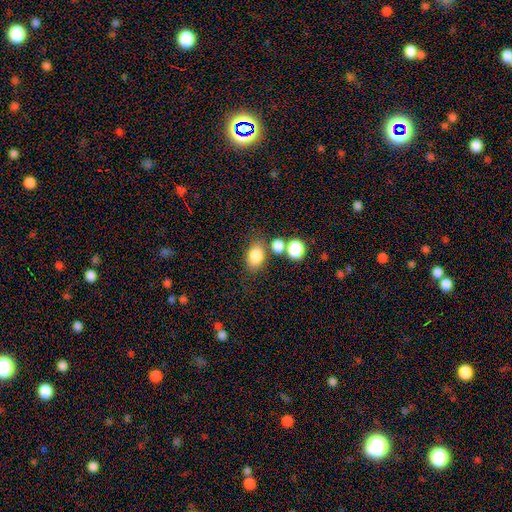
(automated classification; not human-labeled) This is clearly a smooth galaxy (82%). How rounded: likely in between (78%). Merging: likely none (68%).